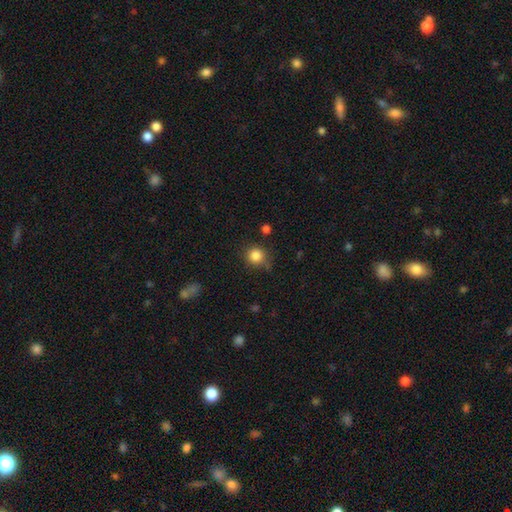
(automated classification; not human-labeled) Overall: smooth (84%). How rounded: round (89%). Merging: none (76%).